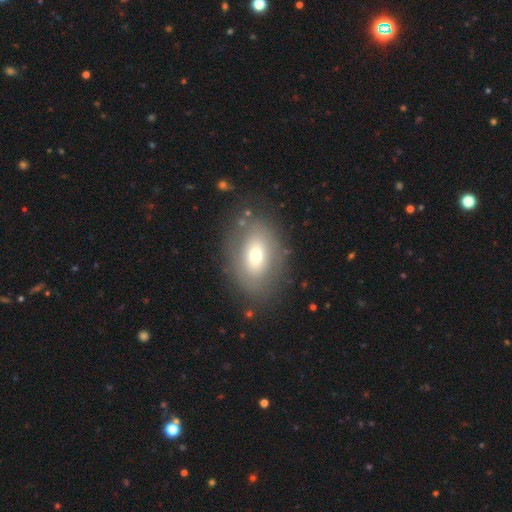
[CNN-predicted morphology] type=smooth (63%); roundness=in between (80%); merging=none (79%).